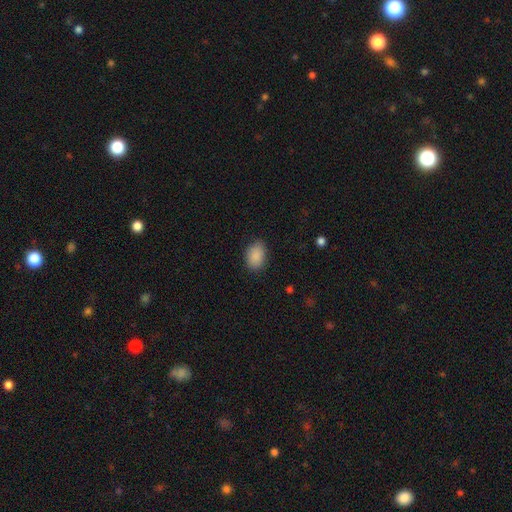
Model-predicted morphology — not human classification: A smooth galaxy with no disk features (89%) that is in between round and cigar-shaped (81%).

Vote fractions:
- Smooth or featured? smooth: 89% / star or artifact: 7% / featured or disk: 4%
- How rounded? in between: 81% / round: 17% / cigar-shaped: 1%
- Merging? none: 84% / minor disturbance: 12% / major disturbance: 3% / merger: 1%